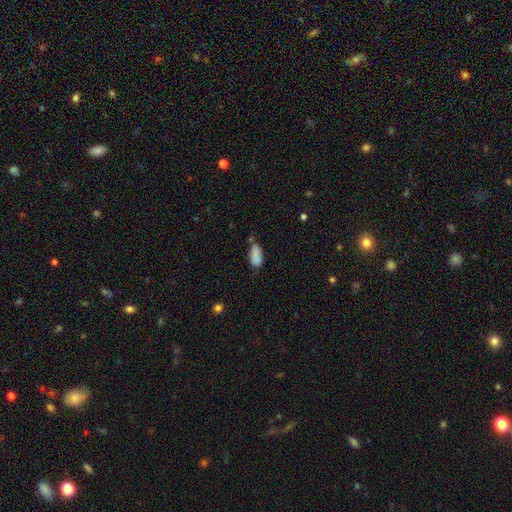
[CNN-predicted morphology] Smooth or featured? Predicted: smooth (p=0.87). How rounded? Predicted: in between (p=0.89). Merging? Predicted: none (p=0.59).